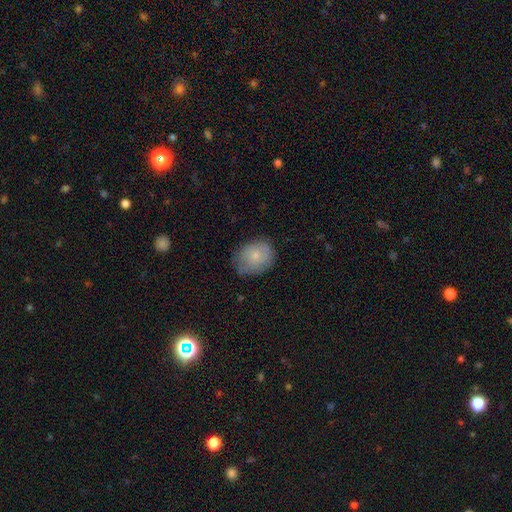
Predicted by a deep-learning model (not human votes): This appears to be a smooth galaxy with no disk features (73%) that is in between round and cigar-shaped (50%). Merging: none (64%).